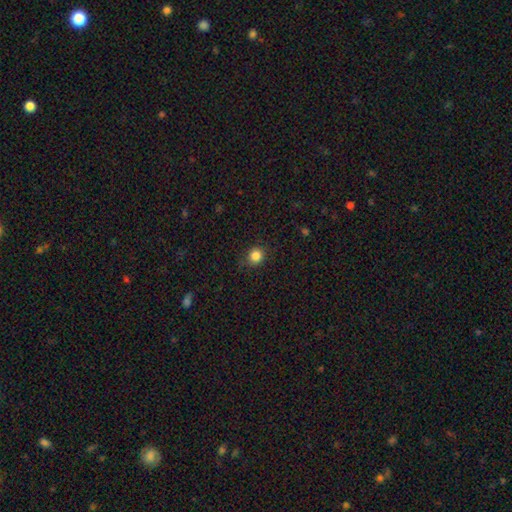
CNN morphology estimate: This appears to be a smooth galaxy with no disk features (85%) that is round (87%). Merging: none (85%).